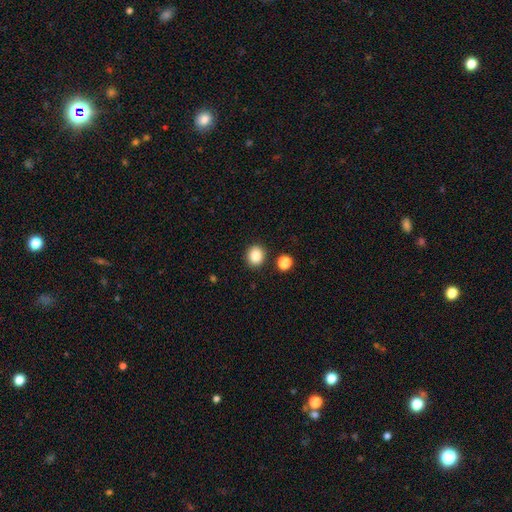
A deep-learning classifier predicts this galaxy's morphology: Smooth or featured: smooth — 87% (star or artifact — 10%)
How rounded: round — 77% (in between — 22%)
Merging: none — 87% (minor disturbance — 7%)